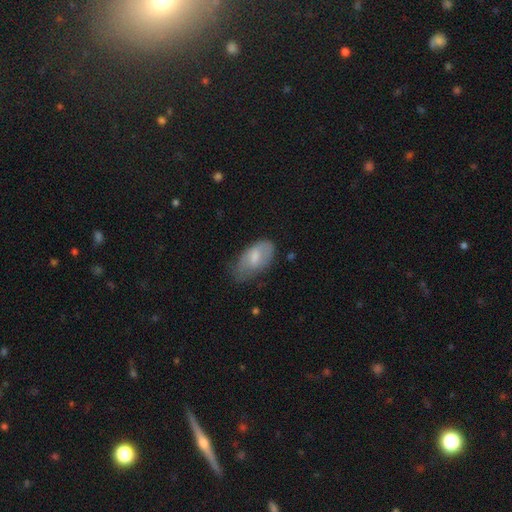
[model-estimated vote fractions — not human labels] Smooth or featured? smooth (64%)
How rounded? in between (91%)
Merging? none (42%)